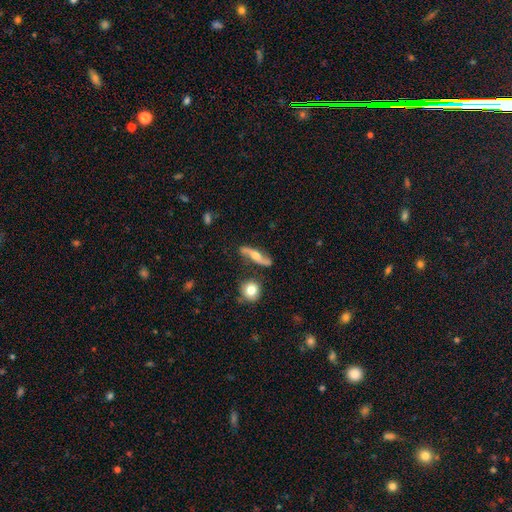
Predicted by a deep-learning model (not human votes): Q: Smooth or featured?
A: featured or disk (74%); runner-up: smooth (19%)
Q: Edge-on disk?
A: no (63%); runner-up: yes (37%)
Q: Merging?
A: none (77%); runner-up: minor disturbance (14%)